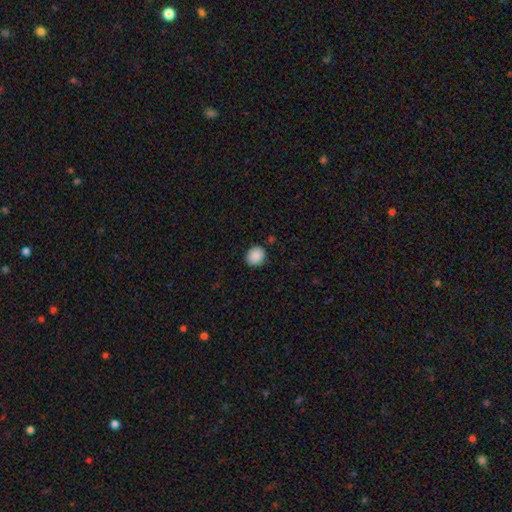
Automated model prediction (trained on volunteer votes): This is clearly a smooth galaxy (89%). How rounded: likely round (73%). Merging: clearly none (87%).